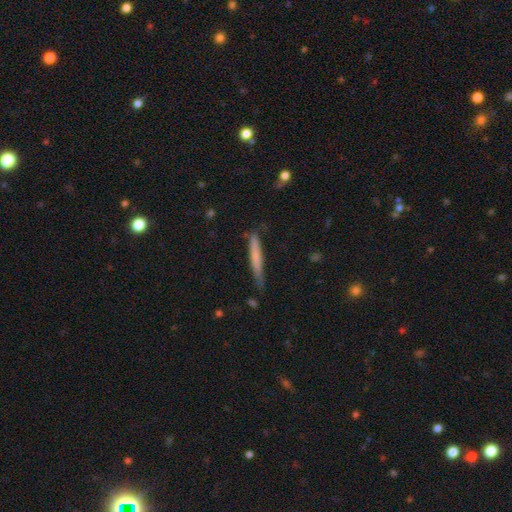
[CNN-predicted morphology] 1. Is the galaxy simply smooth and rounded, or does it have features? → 65% smooth, 29% featured or disk, 6% star or artifact.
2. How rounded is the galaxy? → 95% cigar-shaped, 4% in between, 1% round.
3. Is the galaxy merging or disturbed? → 71% none, 23% minor disturbance, 4% major disturbance, 3% merger.